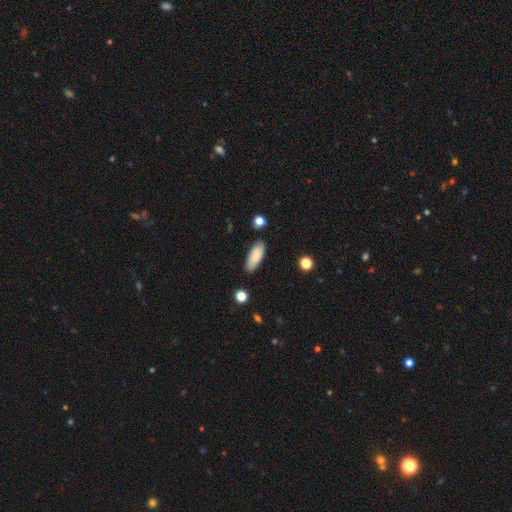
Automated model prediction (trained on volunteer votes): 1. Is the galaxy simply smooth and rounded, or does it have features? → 82% smooth, 12% featured or disk, 6% star or artifact.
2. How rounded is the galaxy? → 75% in between, 23% cigar-shaped, 2% round.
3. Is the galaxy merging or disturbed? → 84% none, 12% minor disturbance, 2% major disturbance, 2% merger.